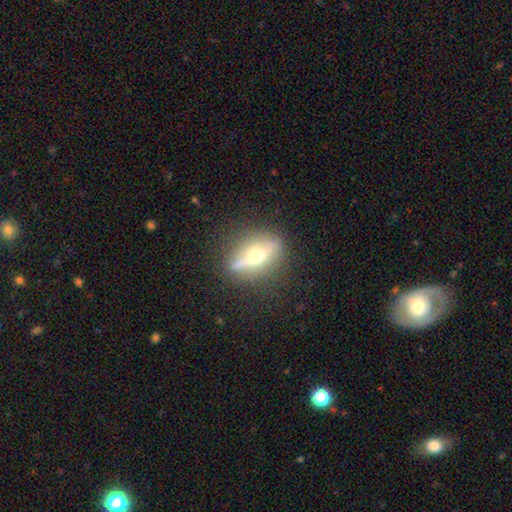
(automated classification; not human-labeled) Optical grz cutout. It shows a featured or disk galaxy (75%) viewed edge-on (86%) with a rounded central bulge (96%). Merging: none (85%).